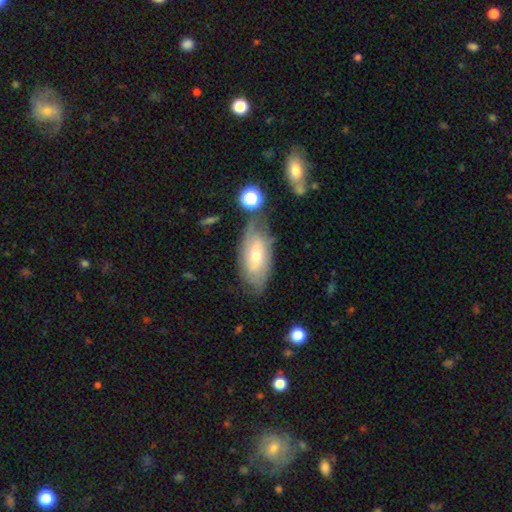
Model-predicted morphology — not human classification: smooth_or_featured: featured or disk (p=0.53) [alt: smooth p=0.39]
disk_edge_on: no (p=0.86) [alt: yes p=0.14]
merging: none (p=0.63) [alt: minor disturbance p=0.24]